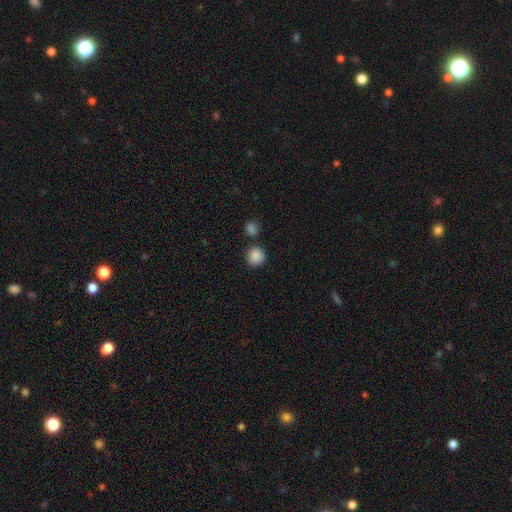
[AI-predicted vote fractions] Q: Smooth or featured?
A: smooth (88%); runner-up: star or artifact (9%)
Q: How rounded?
A: round (92%); runner-up: in between (7%)
Q: Merging?
A: none (79%); runner-up: merger (10%)